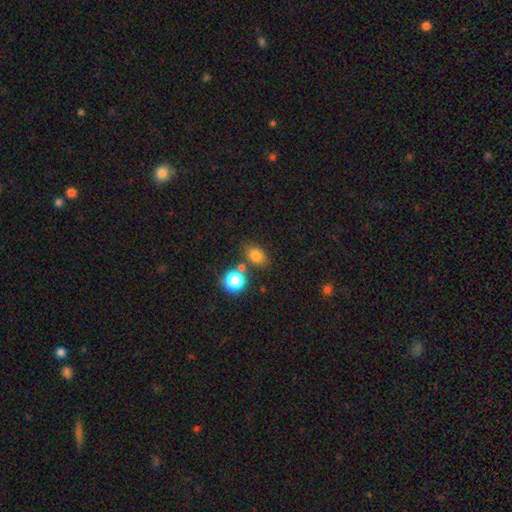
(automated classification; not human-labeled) The model was most divided on "how rounded": in between: 67%, round: 32%, cigar-shaped: 1%. More confident: smooth or featured — smooth (79%); merging — none (69%).